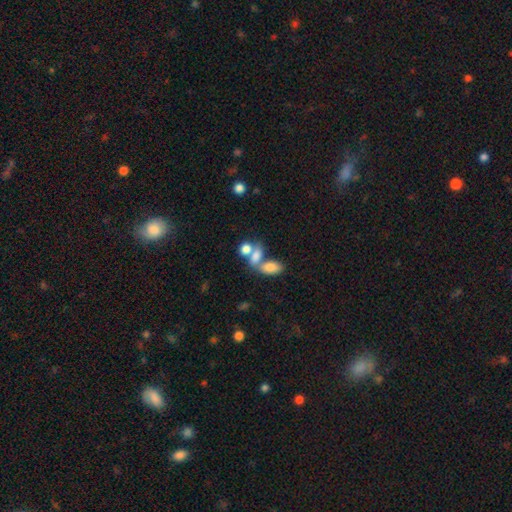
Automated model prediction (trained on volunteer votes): Morphology: type=smooth (77%); roundness=in between (80%); merging=merger (57%).